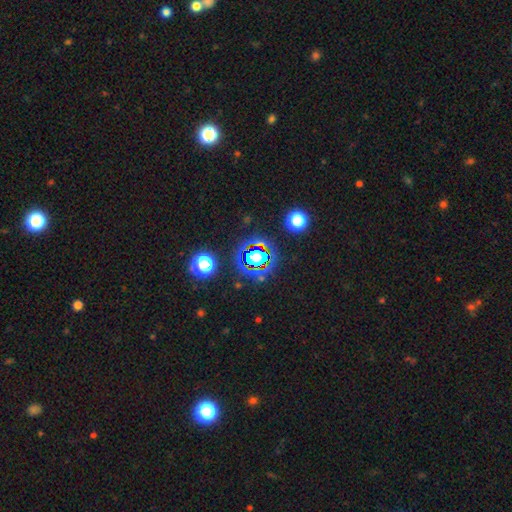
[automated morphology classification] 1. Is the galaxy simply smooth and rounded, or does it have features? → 76% star or artifact, 16% smooth, 8% featured or disk.